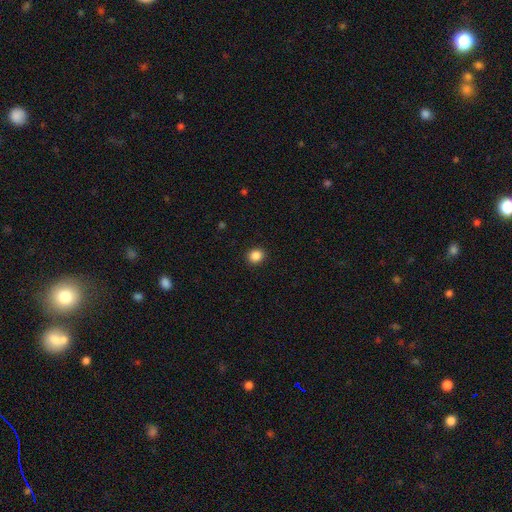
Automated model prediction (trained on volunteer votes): A smooth galaxy with no disk features (86%) that is round (82%).

Vote fractions:
- Smooth or featured? smooth: 86% / star or artifact: 10% / featured or disk: 3%
- How rounded? round: 82% / in between: 17% / cigar-shaped: 1%
- Merging? none: 92% / minor disturbance: 5% / major disturbance: 2% / merger: 1%